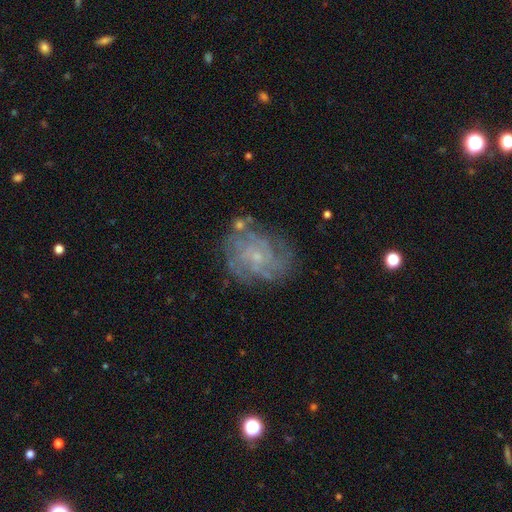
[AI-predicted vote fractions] Morphology: type=featured or disk (76%); edge-on=no (97%); bar=no (73%); spiral arms=yes (88%); winding=tight (56%); arm count=can't tell (41%); bulge=small (79%); merging=none (70%).